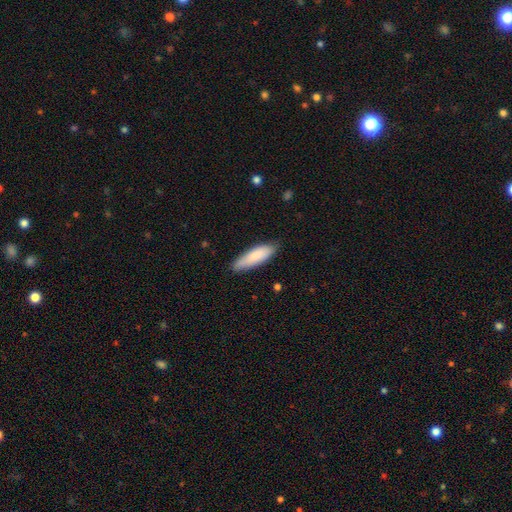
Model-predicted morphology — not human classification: smooth_or_featured: smooth (p=0.82) [alt: featured or disk p=0.12]
how_rounded: cigar-shaped (p=0.52) [alt: in between p=0.47]
merging: none (p=0.79) [alt: minor disturbance p=0.17]